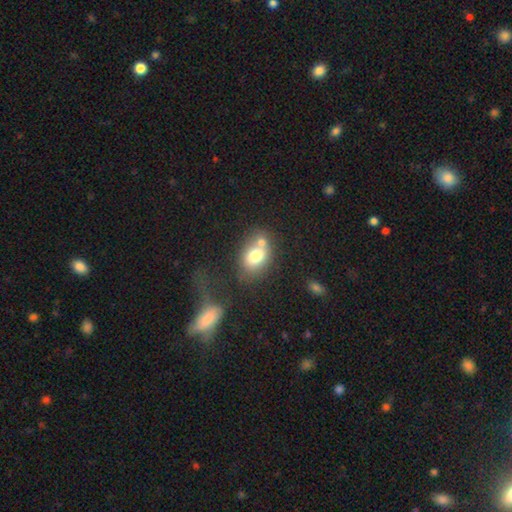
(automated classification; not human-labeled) Smooth or featured: smooth — 72% (featured or disk — 19%)
How rounded: in between — 70% (round — 29%)
Merging: merger — 39% (tied with none — 39%)